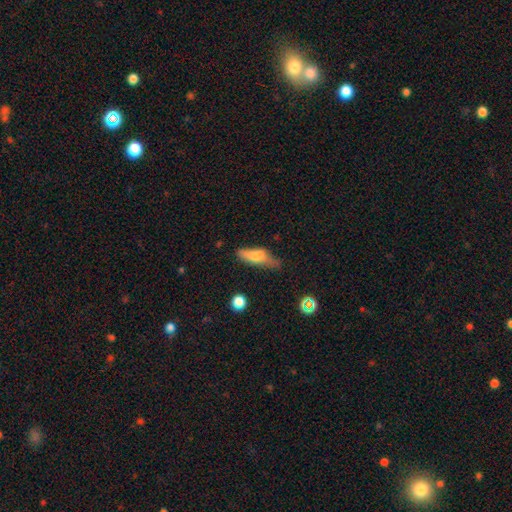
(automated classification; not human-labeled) Morphology: type=smooth (66%); roundness=in between (52%); merging=none (44%).